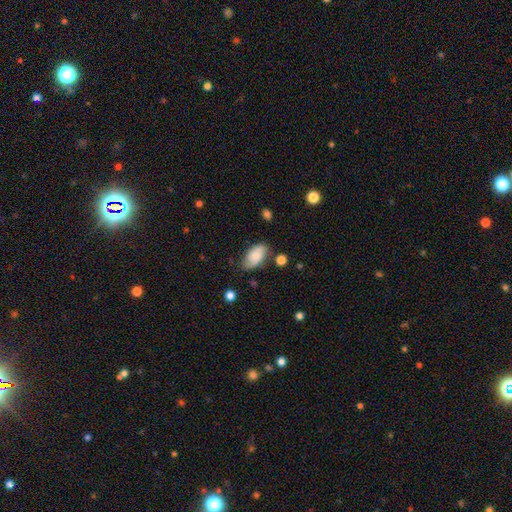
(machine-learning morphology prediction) The model was most divided on "merging": none: 67%, minor disturbance: 24%, major disturbance: 6%, merger: 3%. More confident: how rounded — in between (93%); smooth or featured — smooth (75%).